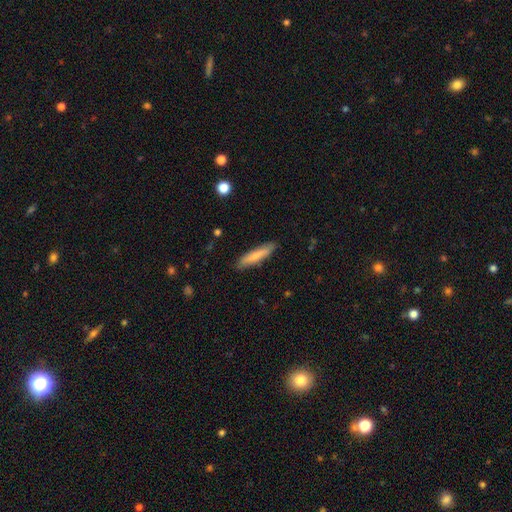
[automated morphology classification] type=smooth (74%); roundness=cigar-shaped (85%); merging=none (86%).